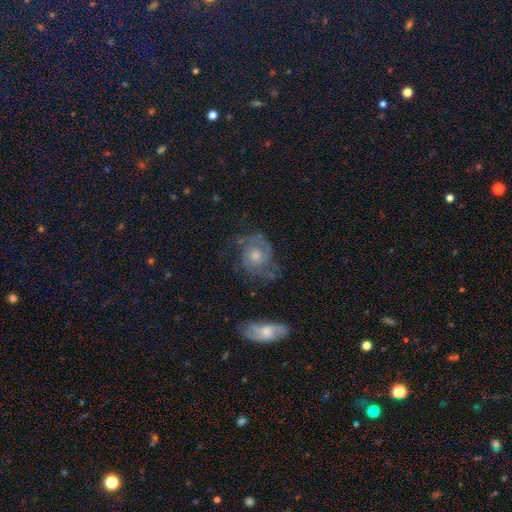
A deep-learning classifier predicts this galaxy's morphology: This appears to be a featured or disk galaxy (77%) with no bar (74%), 2 (58%) medium (44%) spiral arms (92%) and a moderate central bulge (59%). Merging: none (61%).